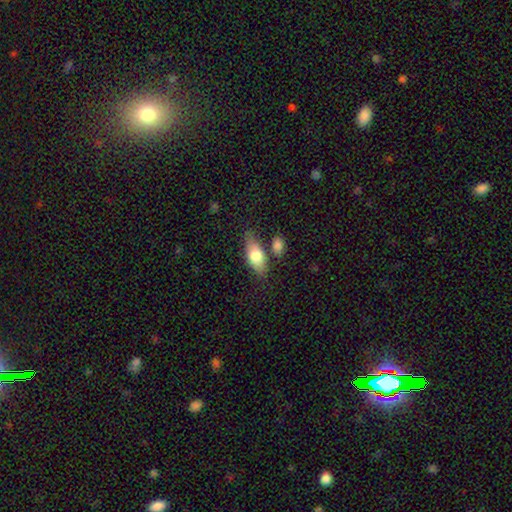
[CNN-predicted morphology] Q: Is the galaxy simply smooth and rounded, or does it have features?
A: smooth — 73%.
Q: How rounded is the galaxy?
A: in between — 78%.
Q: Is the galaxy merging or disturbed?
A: none — 66%.